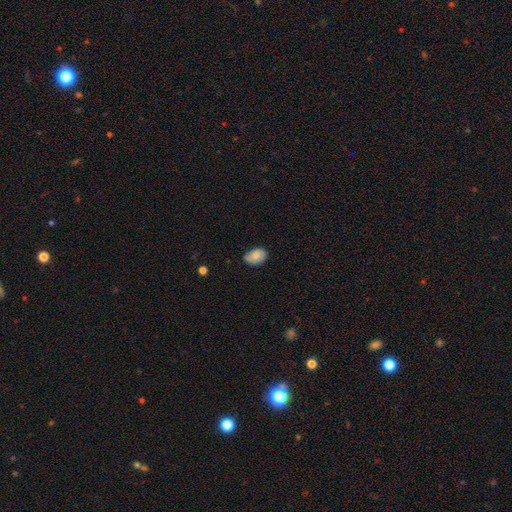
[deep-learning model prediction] smooth-or-featured: smooth: 82% | featured or disk: 10% | star or artifact: 7%
  how-rounded: in between: 86% | round: 13% | cigar-shaped: 1%
  merging: none: 71% | minor disturbance: 24% | major disturbance: 4% | merger: 1%